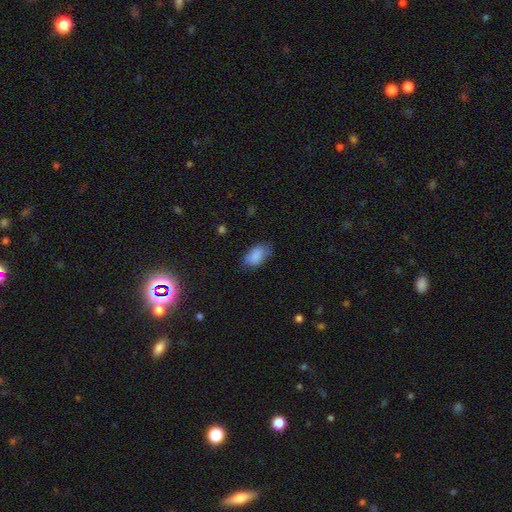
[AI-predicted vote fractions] A smooth galaxy with no disk features (85%) that is in between round and cigar-shaped (93%).

Vote fractions:
- Smooth or featured? smooth: 85% / star or artifact: 8% / featured or disk: 8%
- How rounded? in between: 93% / round: 5% / cigar-shaped: 2%
- Merging? none: 68% / minor disturbance: 25% / major disturbance: 6% / merger: 1%